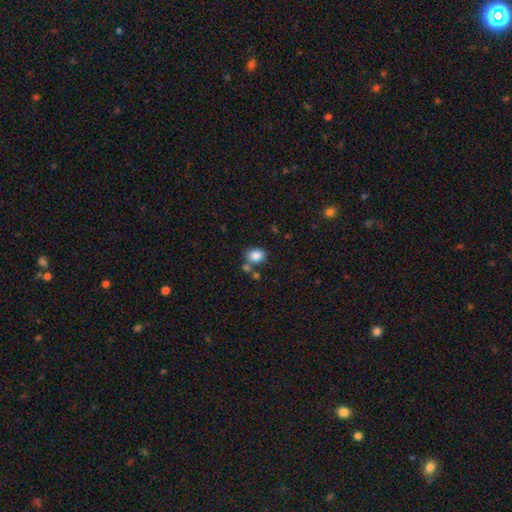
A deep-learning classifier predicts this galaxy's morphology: This appears to be a smooth galaxy with no disk features (85%) that is in between round and cigar-shaped (59%). Merging: none (67%).